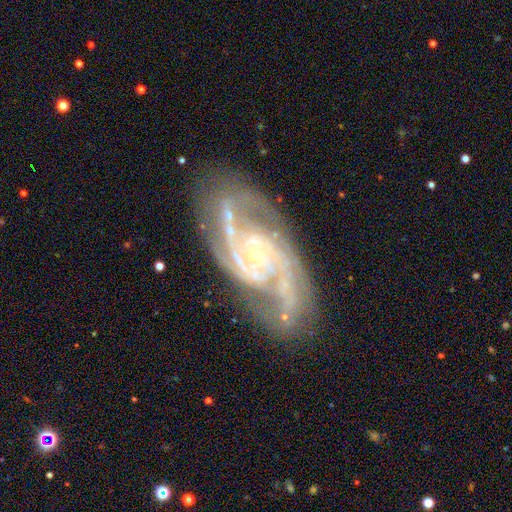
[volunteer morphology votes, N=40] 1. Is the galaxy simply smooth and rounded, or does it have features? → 92% featured or disk, 5% smooth, 2% star or artifact.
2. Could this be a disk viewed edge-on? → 100% no, 0% yes.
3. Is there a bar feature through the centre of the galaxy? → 54% no, 30% weak, 16% strong.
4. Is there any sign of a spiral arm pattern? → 100% yes, 0% no.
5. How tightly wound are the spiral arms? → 70% medium, 24% tight, 5% loose.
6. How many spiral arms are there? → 70% 2, 16% 4, 14% 3, 0% 1, 0% more than 4, 0% can't tell.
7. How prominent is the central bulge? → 81% small, 11% moderate, 5% none, 3% large, 0% dominant.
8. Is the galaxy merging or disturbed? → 79% none, 10% minor disturbance, 10% major disturbance, 0% merger.